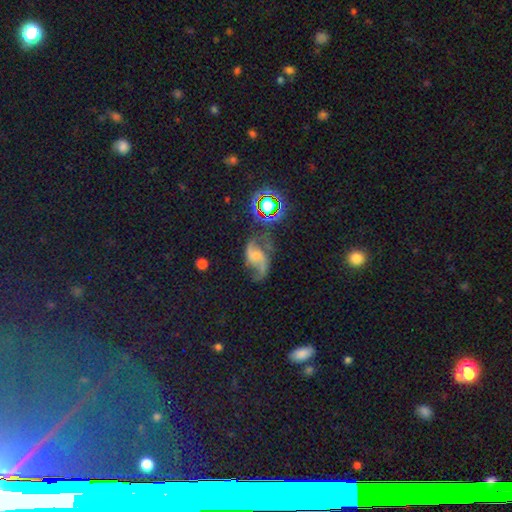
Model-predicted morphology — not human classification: The model was most divided on "bulge size": small: 34%, none: 29%, moderate: 26%, large: 8%, dominant: 2%. Remaining: edge-on disk — no (97%); spiral arms — yes (94%); spiral arm count — 2 (89%); smooth or featured — featured or disk (76%); spiral winding — loose (73%); bar — no (51%); merging — none (50%).